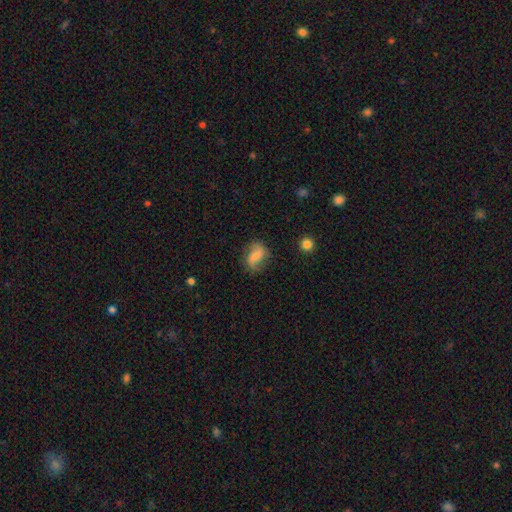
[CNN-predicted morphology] The model was most divided on "smooth or featured": smooth: 46%, featured or disk: 45%, star or artifact: 9%. More confident: merging — none (66%).